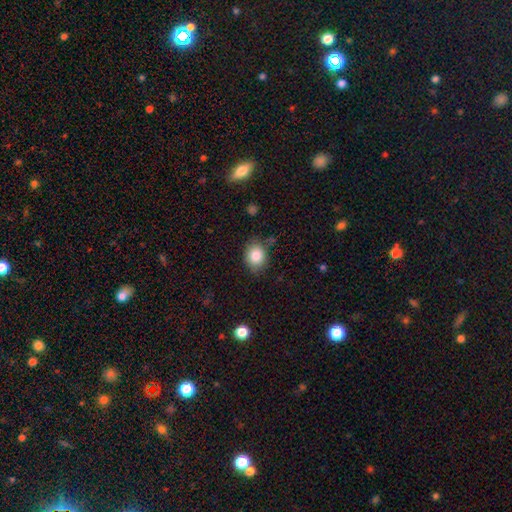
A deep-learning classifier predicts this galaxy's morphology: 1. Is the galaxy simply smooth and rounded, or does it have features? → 84% smooth, 9% star or artifact, 7% featured or disk.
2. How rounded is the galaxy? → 55% round, 44% in between, 1% cigar-shaped.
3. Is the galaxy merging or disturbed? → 77% none, 17% minor disturbance, 4% major disturbance, 2% merger.